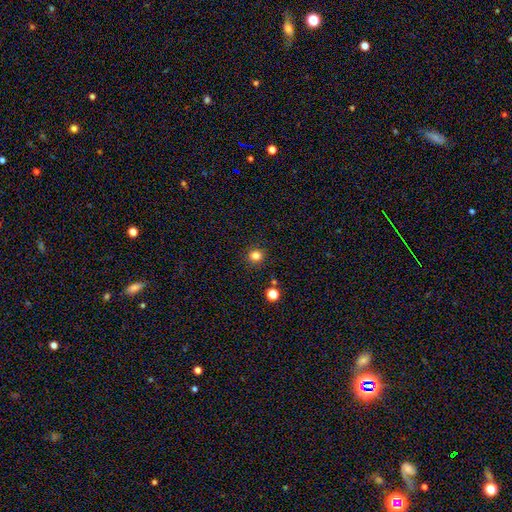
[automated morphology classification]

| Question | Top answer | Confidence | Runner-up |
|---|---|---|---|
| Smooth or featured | smooth | 82% | star or artifact (13%) |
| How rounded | round | 88% | in between (11%) |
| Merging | none | 89% | minor disturbance (7%) |